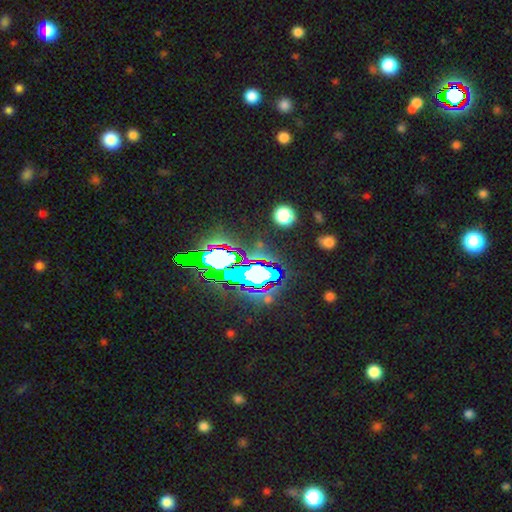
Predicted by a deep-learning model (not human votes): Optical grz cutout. It shows a star or artifact, not a galaxy (80%).